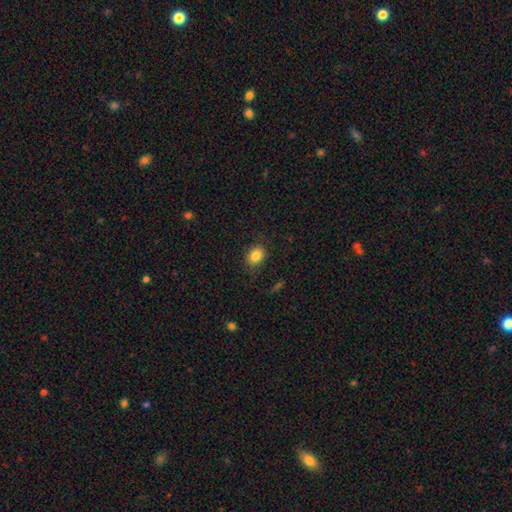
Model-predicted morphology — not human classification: Q: Smooth or featured?
A: smooth (84%); runner-up: star or artifact (10%)
Q: How rounded?
A: in between (51%); runner-up: round (48%)
Q: Merging?
A: none (83%); runner-up: minor disturbance (12%)